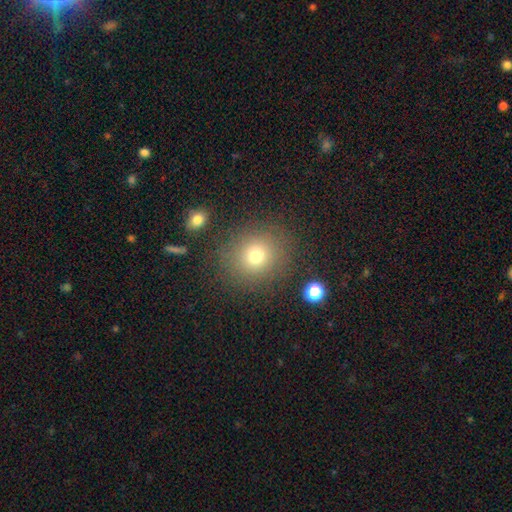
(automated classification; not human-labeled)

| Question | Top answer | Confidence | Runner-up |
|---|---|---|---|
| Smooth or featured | smooth | 73% | star or artifact (16%) |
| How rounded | round | 84% | in between (16%) |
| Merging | none | 84% | minor disturbance (9%) |